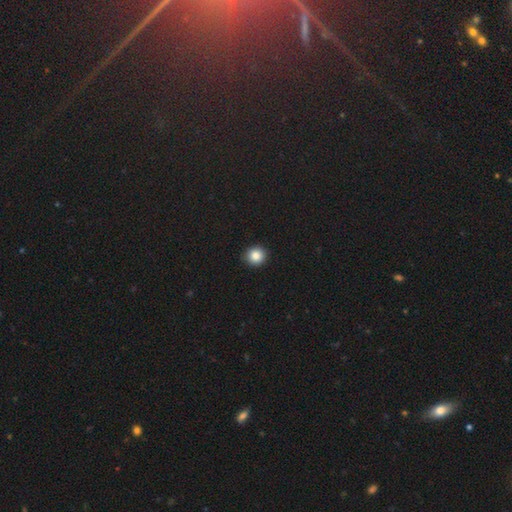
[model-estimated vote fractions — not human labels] Smooth or featured?
  - smooth: 86% *
  - star or artifact: 10%
  - featured or disk: 4%
How rounded?
  - round: 89% *
  - in between: 10%
  - cigar-shaped: 1%
Merging?
  - none: 91% *
  - minor disturbance: 6%
  - major disturbance: 2%
  - merger: 1%